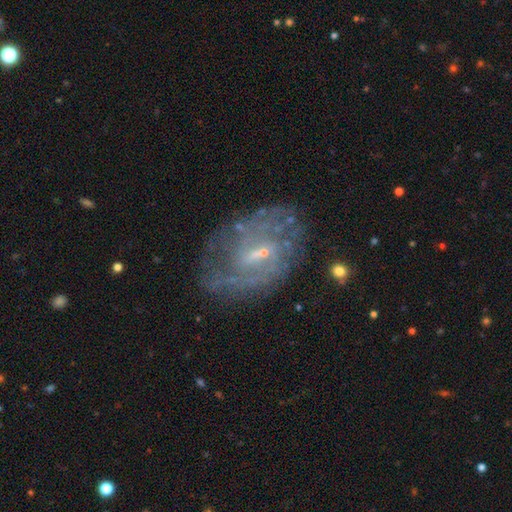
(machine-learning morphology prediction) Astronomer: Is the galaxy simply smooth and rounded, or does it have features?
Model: featured or disk — 80%.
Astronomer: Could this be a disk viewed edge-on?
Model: no — 96%.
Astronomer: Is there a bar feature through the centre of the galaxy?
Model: weak — 56%.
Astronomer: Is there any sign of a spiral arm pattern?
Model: yes — 79%.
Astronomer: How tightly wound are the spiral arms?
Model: tight — 43% (runner-up: medium, 38%).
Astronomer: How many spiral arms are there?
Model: can't tell — 46% (runner-up: 2, 32%).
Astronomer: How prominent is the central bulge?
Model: small — 73%.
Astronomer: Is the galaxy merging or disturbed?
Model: none — 65%.